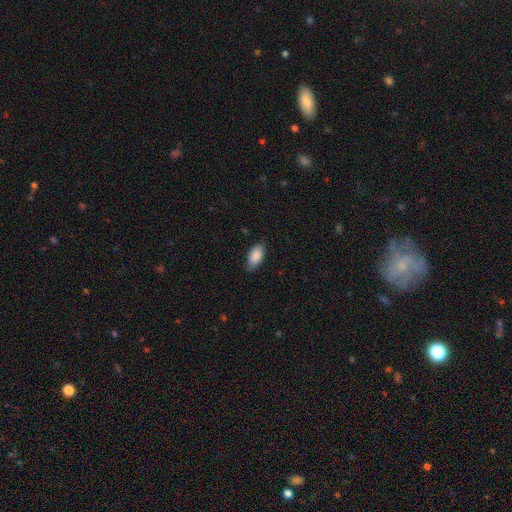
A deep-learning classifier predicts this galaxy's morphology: This appears to be a smooth galaxy with no disk features (89%) that is in between round and cigar-shaped (93%). Merging: none (79%).